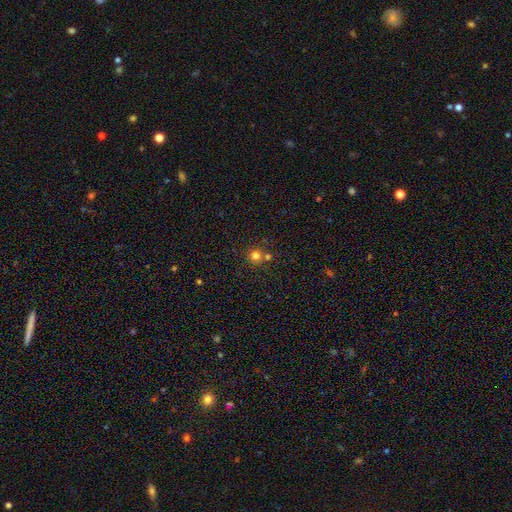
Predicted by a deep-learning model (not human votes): smooth-or-featured: smooth: 77% | star or artifact: 16% | featured or disk: 7%
  how-rounded: round: 94% | in between: 5% | cigar-shaped: 1%
  merging: none: 71% | merger: 20% | minor disturbance: 7% | major disturbance: 2%